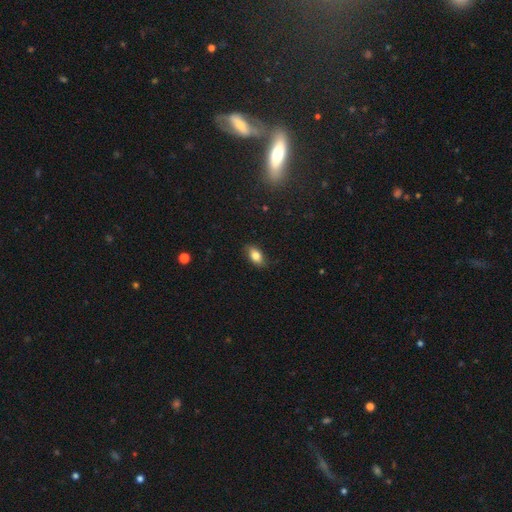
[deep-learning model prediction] Q: Smooth or featured?
A: smooth (80%); runner-up: featured or disk (12%)
Q: How rounded?
A: in between (89%); runner-up: round (7%)
Q: Merging?
A: none (82%); runner-up: minor disturbance (14%)